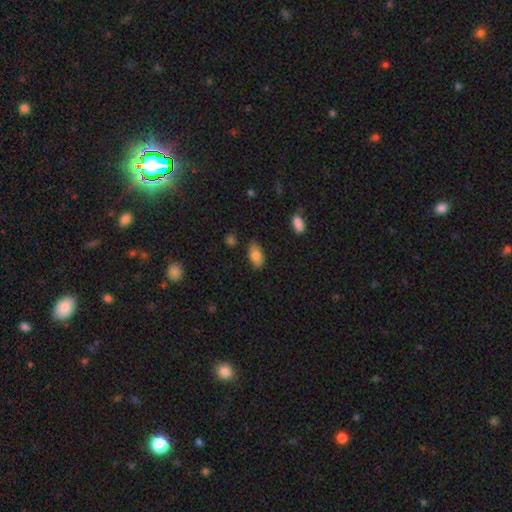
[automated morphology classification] Smooth or featured: smooth — 82% (featured or disk — 10%)
How rounded: in between — 91% (cigar-shaped — 6%)
Merging: none — 79% (minor disturbance — 16%)